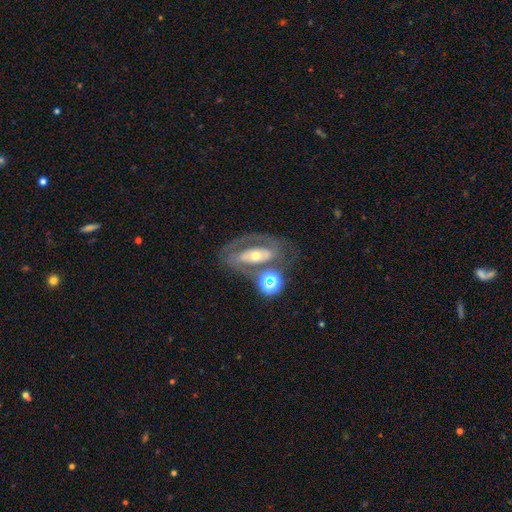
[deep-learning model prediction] This is likely a featured or disk galaxy (68%). It is clearly not viewed edge-on (91%). Bar: possibly no (53%). Spiral arm pattern: possibly yes (59%). Central bulge: possibly moderate (52%). Merging: possibly none (56%).